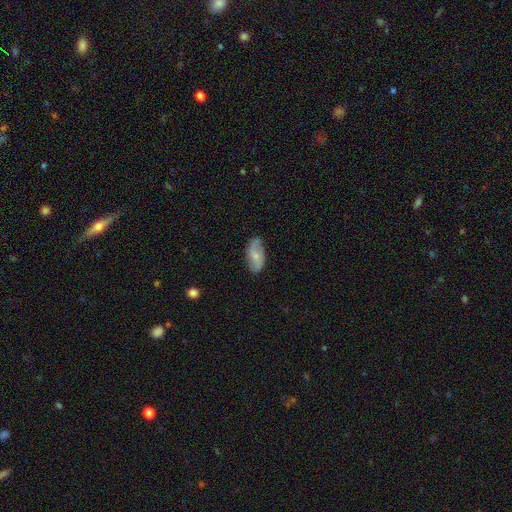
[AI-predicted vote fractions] A smooth galaxy with no disk features (47%, tied with featured or disk). Merging: none (75%).